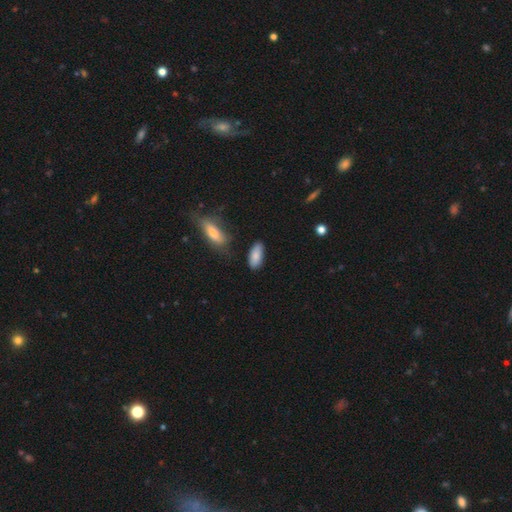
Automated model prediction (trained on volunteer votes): Q: Smooth or featured?
A: smooth (85%); runner-up: featured or disk (9%)
Q: How rounded?
A: in between (83%); runner-up: cigar-shaped (15%)
Q: Merging?
A: none (79%); runner-up: minor disturbance (14%)